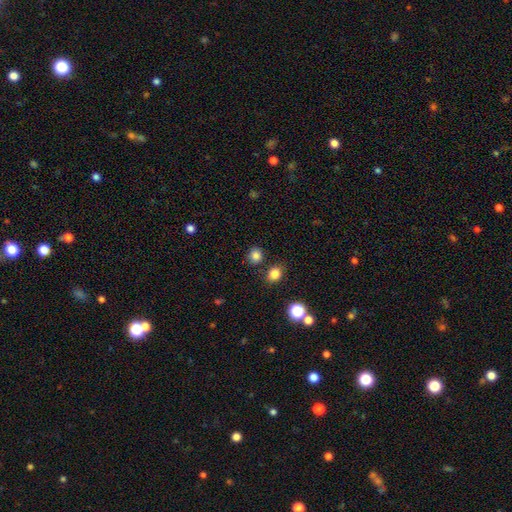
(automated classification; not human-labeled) Smooth or featured?
  - smooth: 83% *
  - star or artifact: 12%
  - featured or disk: 4%
How rounded?
  - round: 80% *
  - in between: 19%
  - cigar-shaped: 1%
Merging?
  - none: 81% *
  - minor disturbance: 9%
  - merger: 7%
  - major disturbance: 3%